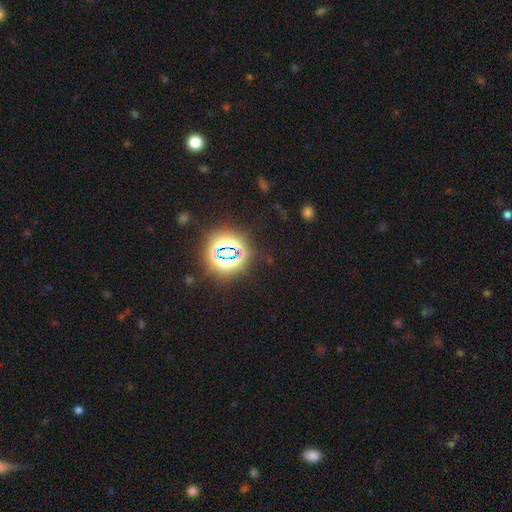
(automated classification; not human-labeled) smooth_or_featured: star or artifact (p=0.76) [alt: smooth p=0.15]